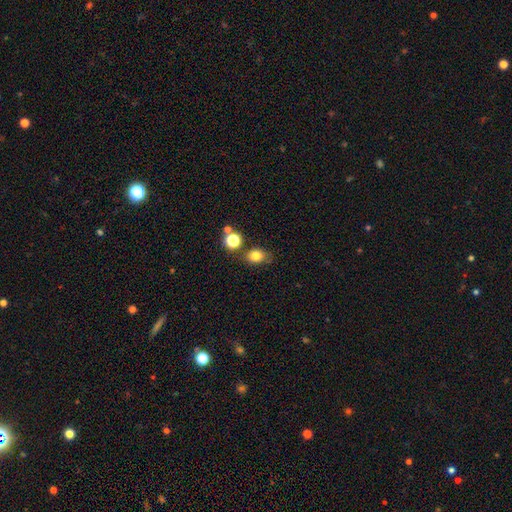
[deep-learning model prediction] A smooth galaxy with no disk features (80%) that is in between round and cigar-shaped (51%). Merging: none (69%).